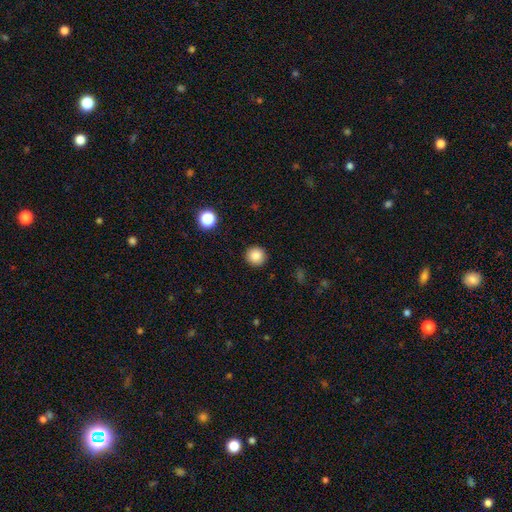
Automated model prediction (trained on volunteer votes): This is clearly a smooth galaxy (86%). How rounded: clearly round (95%). Merging: clearly none (93%).